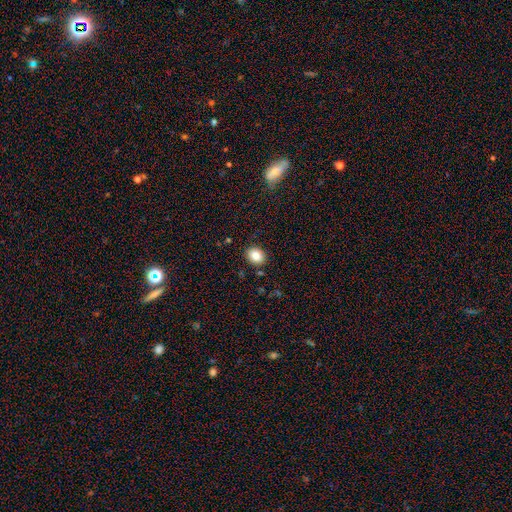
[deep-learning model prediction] smooth 85%, star or artifact 9%, featured or disk 6%. Down the decision tree: how rounded — in between (53%); merging — none (89%).